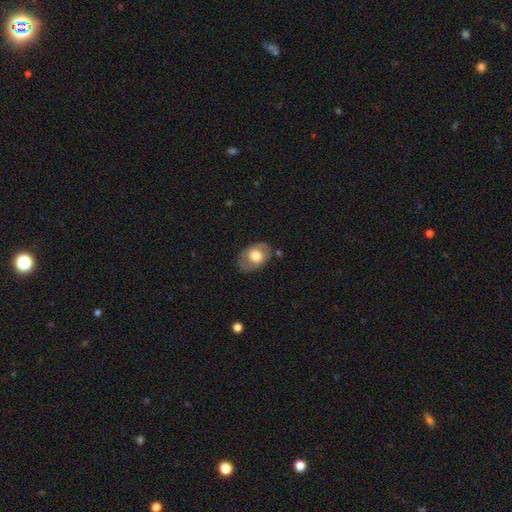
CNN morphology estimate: type=smooth (59%); roundness=in between (79%); merging=none (74%).